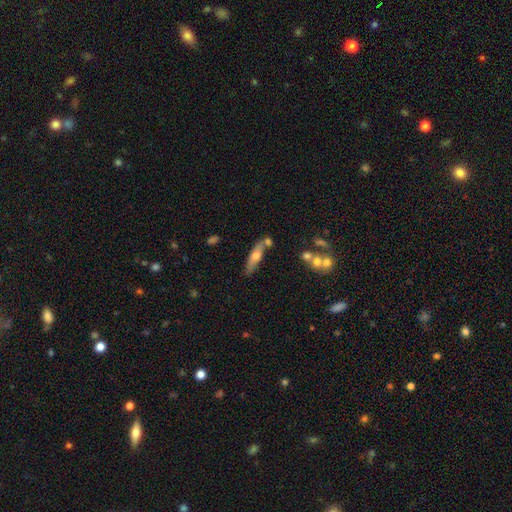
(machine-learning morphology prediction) This appears to be a smooth galaxy with no disk features (51%) that is cigar-shaped (69%). Merging: none (63%).